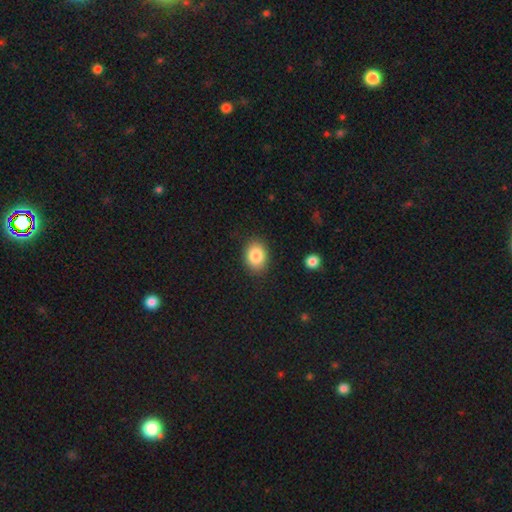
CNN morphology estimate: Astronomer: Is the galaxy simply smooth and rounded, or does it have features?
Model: smooth — 85%.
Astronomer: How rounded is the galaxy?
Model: in between — 59% (runner-up: round, 40%).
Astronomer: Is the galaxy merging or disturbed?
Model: none — 87%.